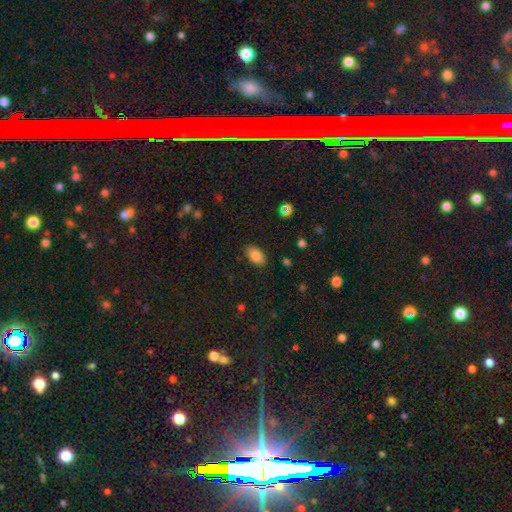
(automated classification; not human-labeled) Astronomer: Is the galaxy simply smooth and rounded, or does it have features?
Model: smooth — 82%.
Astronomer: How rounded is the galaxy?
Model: in between — 92%.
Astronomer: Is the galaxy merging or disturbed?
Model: none — 86%.